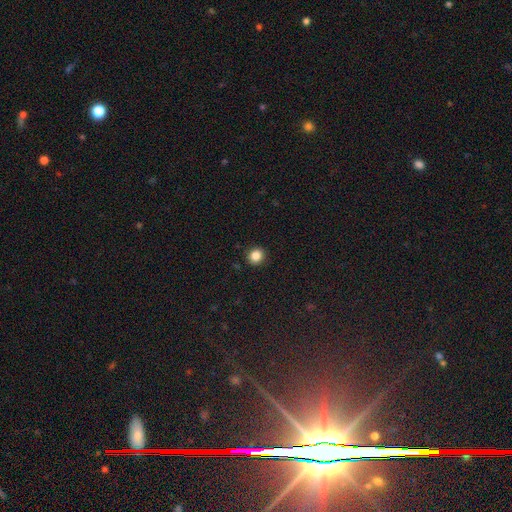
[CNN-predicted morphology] A smooth galaxy with no disk features (85%) that is round (87%).

Vote fractions:
- Smooth or featured? smooth: 85% / star or artifact: 11% / featured or disk: 4%
- How rounded? round: 87% / in between: 12% / cigar-shaped: 1%
- Merging? none: 92% / minor disturbance: 5% / major disturbance: 2% / merger: 1%